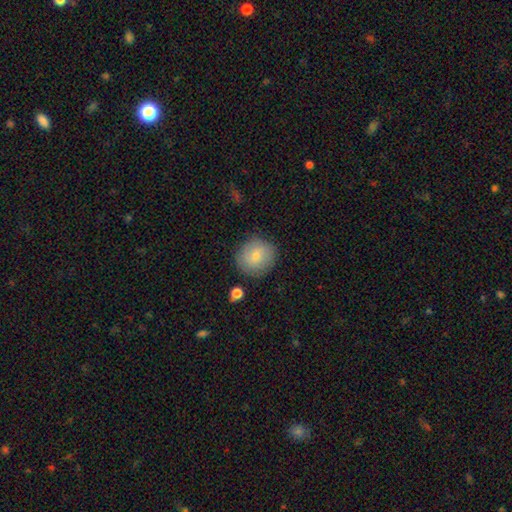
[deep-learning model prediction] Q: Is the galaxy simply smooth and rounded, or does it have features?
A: smooth — 78%.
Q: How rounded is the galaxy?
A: round — 88%.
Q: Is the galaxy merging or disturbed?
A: none — 83%.